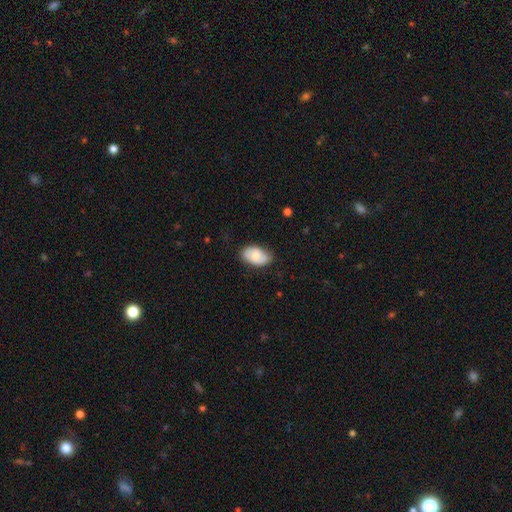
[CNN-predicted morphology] Q: Smooth or featured?
A: smooth (77%); runner-up: featured or disk (16%)
Q: How rounded?
A: in between (93%); runner-up: round (6%)
Q: Merging?
A: none (73%); runner-up: minor disturbance (22%)